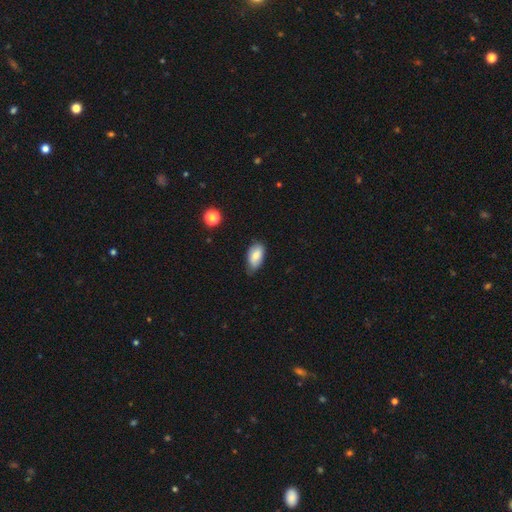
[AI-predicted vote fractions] A smooth galaxy with no disk features (80%) that is in between round and cigar-shaped (93%).

Vote fractions:
- Smooth or featured? smooth: 80% / featured or disk: 12% / star or artifact: 7%
- How rounded? in between: 93% / round: 4% / cigar-shaped: 4%
- Merging? none: 63% / minor disturbance: 31% / major disturbance: 4% / merger: 1%